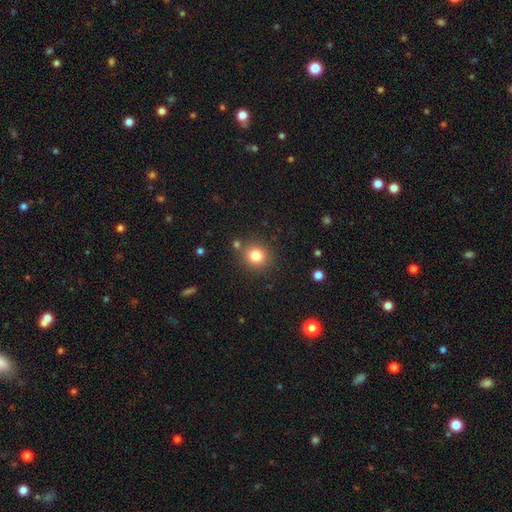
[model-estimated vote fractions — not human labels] Smooth or featured: smooth — 81% (star or artifact — 12%)
How rounded: round — 90% (in between — 9%)
Merging: none — 84% (minor disturbance — 8%)